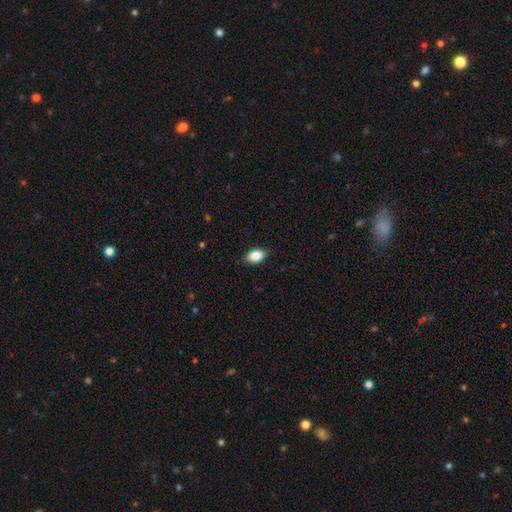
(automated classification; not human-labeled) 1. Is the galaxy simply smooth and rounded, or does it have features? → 82% smooth, 10% featured or disk, 8% star or artifact.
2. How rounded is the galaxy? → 87% in between, 10% round, 3% cigar-shaped.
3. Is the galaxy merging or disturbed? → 85% none, 12% minor disturbance, 2% major disturbance, 1% merger.